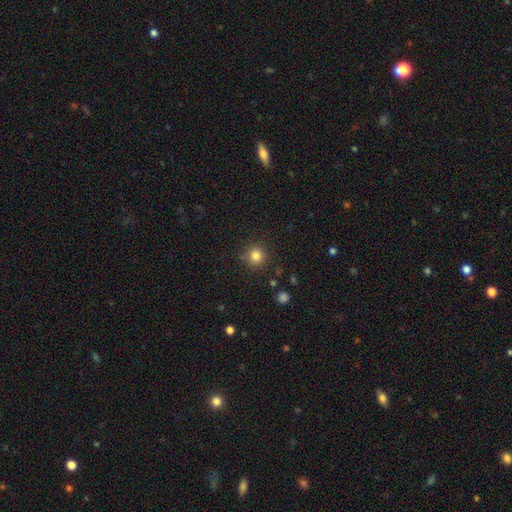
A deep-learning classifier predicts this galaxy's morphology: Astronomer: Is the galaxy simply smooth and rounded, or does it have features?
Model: smooth — 82%.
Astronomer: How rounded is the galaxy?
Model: round — 94%.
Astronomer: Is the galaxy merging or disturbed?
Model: none — 87%.